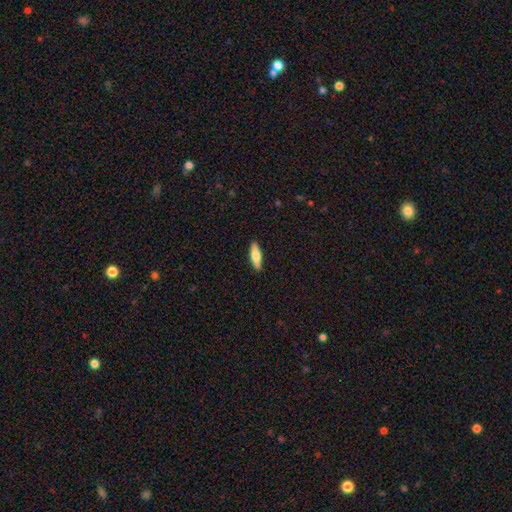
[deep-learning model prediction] Smooth or featured? smooth (59%)
How rounded? cigar-shaped (58%)
Merging? none (90%)